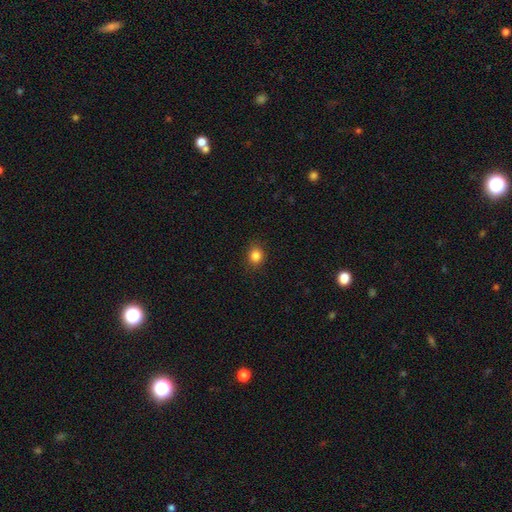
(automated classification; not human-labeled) Overall: smooth (84%). How rounded: round (67%; in between 32%). Merging: none (88%).